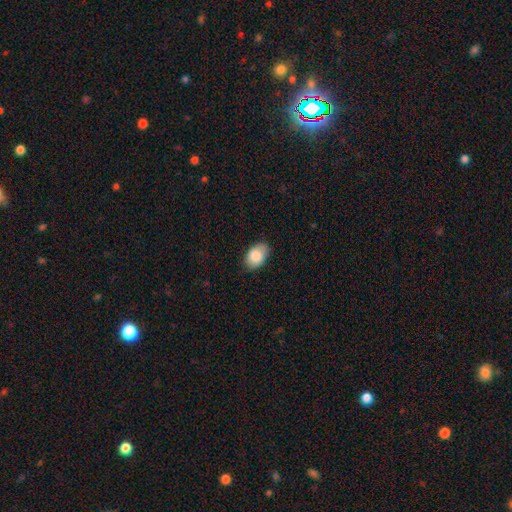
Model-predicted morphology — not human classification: Overall: smooth (84%). How rounded: in between (89%). Merging: none (80%).